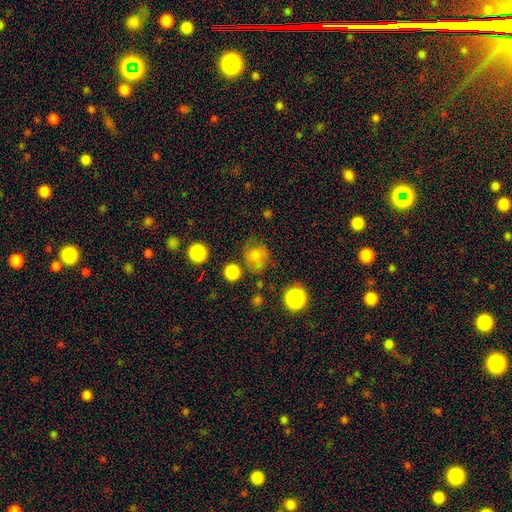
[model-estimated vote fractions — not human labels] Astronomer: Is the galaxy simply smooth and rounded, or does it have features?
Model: smooth — 70%.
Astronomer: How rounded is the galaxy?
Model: round — 74%.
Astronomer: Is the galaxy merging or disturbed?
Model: none — 62%.